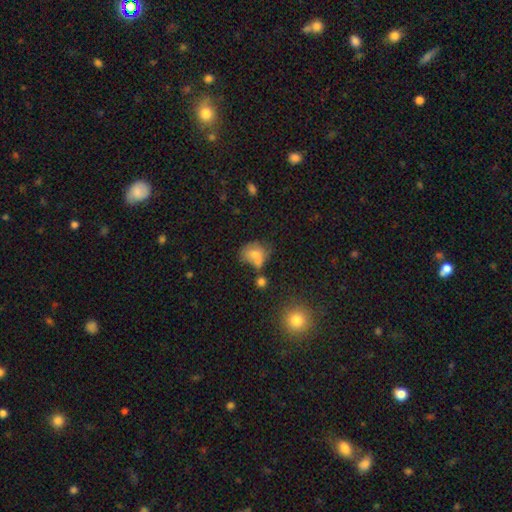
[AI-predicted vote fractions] smooth 67%, featured or disk 20%, star or artifact 14%. Down the decision tree: how rounded — in between (61%); merging — none (29%).